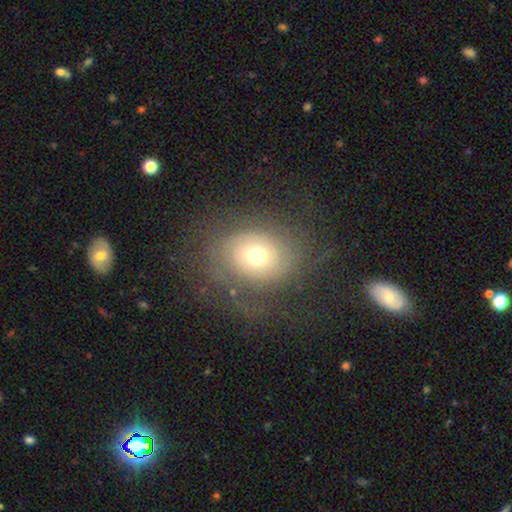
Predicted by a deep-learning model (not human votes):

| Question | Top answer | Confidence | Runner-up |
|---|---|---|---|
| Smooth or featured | featured or disk | 60% | smooth (30%) |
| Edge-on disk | no | 95% | yes (5%) |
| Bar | no | 84% | weak (13%) |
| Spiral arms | yes | 73% | no (27%) |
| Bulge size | moderate | 62% | small (25%) |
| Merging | none | 66% | minor disturbance (17%) |